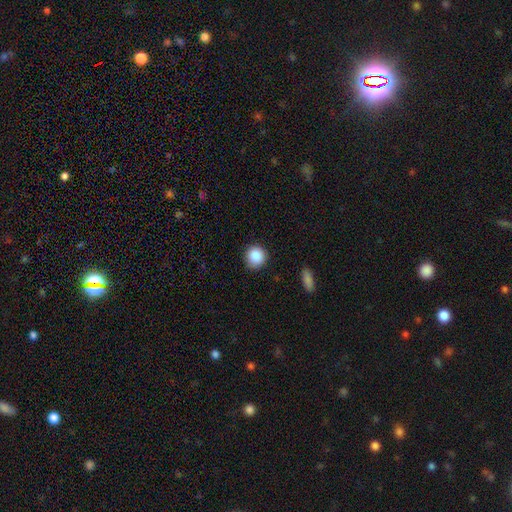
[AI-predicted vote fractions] Smooth or featured? smooth (87%)
How rounded? round (91%)
Merging? none (87%)